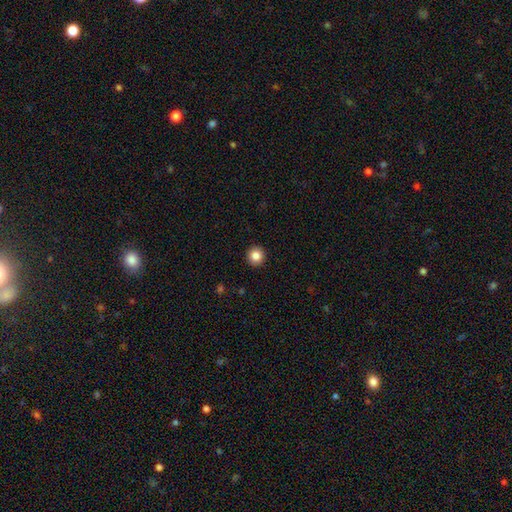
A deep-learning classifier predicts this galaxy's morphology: A smooth galaxy with no disk features (85%) that is round (94%).

Vote fractions:
- Smooth or featured? smooth: 85% / star or artifact: 10% / featured or disk: 5%
- How rounded? round: 94% / in between: 5% / cigar-shaped: 1%
- Merging? none: 93% / minor disturbance: 4% / major disturbance: 1% / merger: 1%